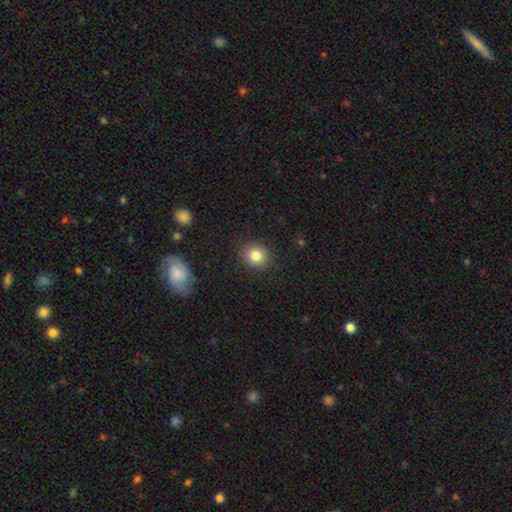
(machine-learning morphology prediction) smooth-or-featured: smooth: 83% | star or artifact: 11% | featured or disk: 7%
  how-rounded: round: 84% | in between: 15% | cigar-shaped: 1%
  merging: none: 88% | minor disturbance: 8% | major disturbance: 3% | merger: 1%